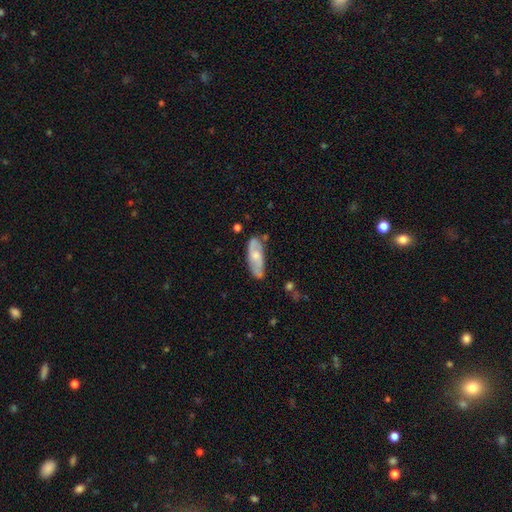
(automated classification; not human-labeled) smooth 47% (tied), featured or disk 47% (tied), star or artifact 6%. Down the decision tree: merging — none (71%).